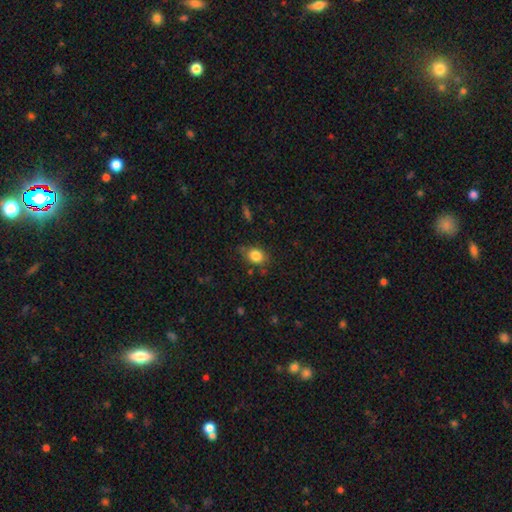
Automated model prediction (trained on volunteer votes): Overall: smooth (83%). How rounded: in between (57%; round 42%). Merging: none (70%).